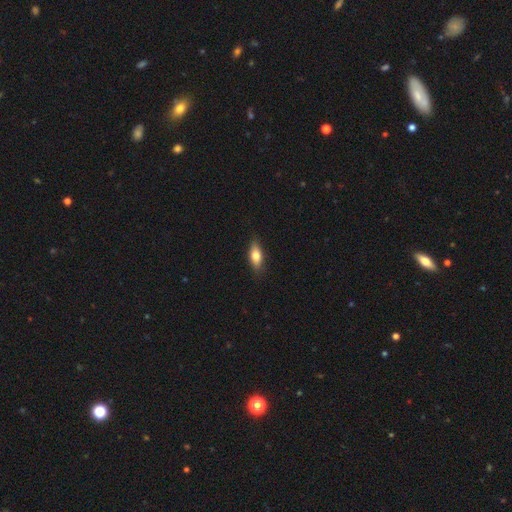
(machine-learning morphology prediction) type=smooth (73%); roundness=in between (75%); merging=none (85%).